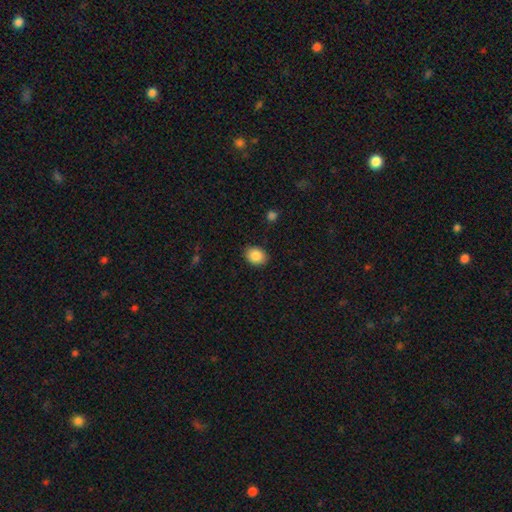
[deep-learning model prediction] Smooth or featured?
  - smooth: 88% *
  - star or artifact: 8%
  - featured or disk: 5%
How rounded?
  - in between: 60% *
  - round: 39%
  - cigar-shaped: 1%
Merging?
  - none: 88% *
  - minor disturbance: 9%
  - major disturbance: 2%
  - merger: 1%